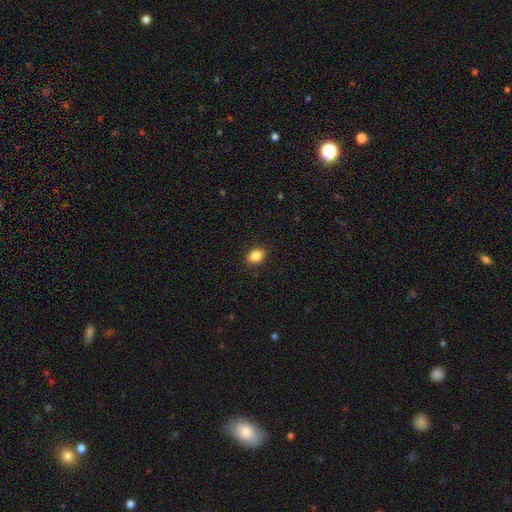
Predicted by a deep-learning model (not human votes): Morphology: type=smooth (86%); roundness=in between (69%); merging=none (88%).